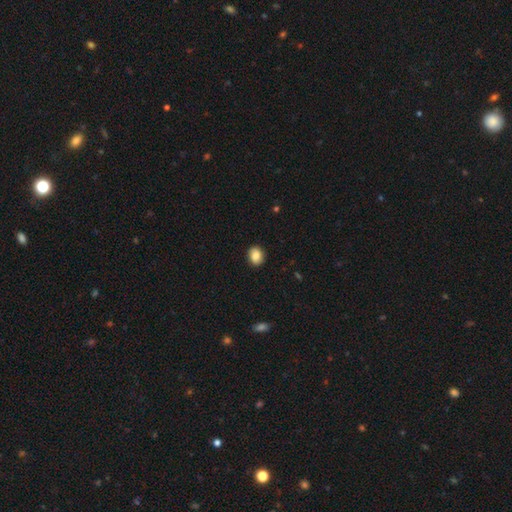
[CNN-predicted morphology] Overall: smooth (83%). How rounded: round (50%; in between 49%). Merging: none (88%).